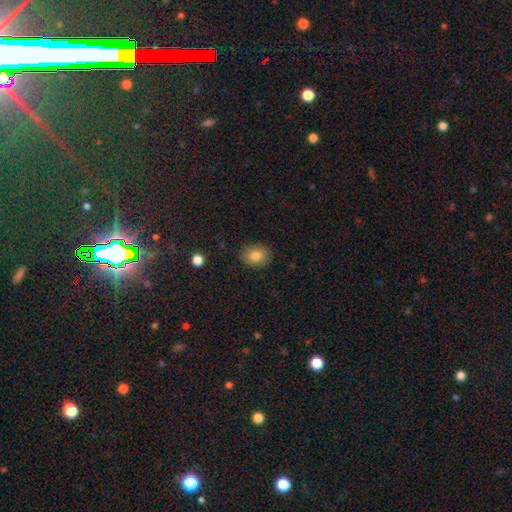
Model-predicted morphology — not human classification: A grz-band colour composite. It shows a smooth galaxy with no disk features (82%) that is round (50%). Merging: none (87%).